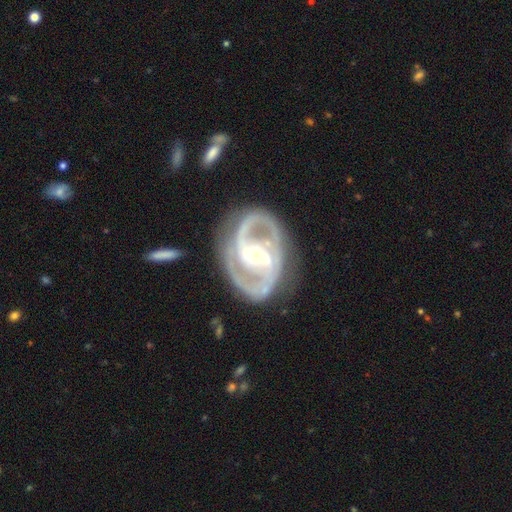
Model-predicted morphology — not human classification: Smooth or featured: featured or disk — 91% (smooth — 4%)
Edge-on disk: no — 97% (yes — 3%)
Bar: strong — 51% (weak — 33%)
Spiral arms: yes — 96% (no — 4%)
Spiral winding: medium — 52% (tight — 36%)
Spiral arm count: 2 — 88% (3 — 4%)
Bulge size: moderate — 60% (small — 34%)
Merging: none — 76% (minor disturbance — 16%)